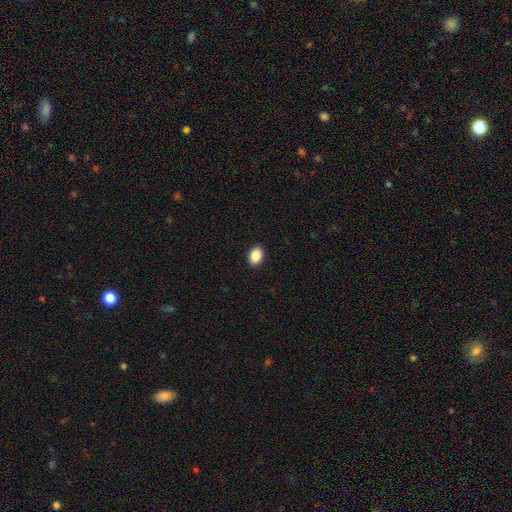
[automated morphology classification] The model was most divided on "how rounded": in between: 79%, round: 20%, cigar-shaped: 1%. More confident: merging — none (91%); smooth or featured — smooth (88%).